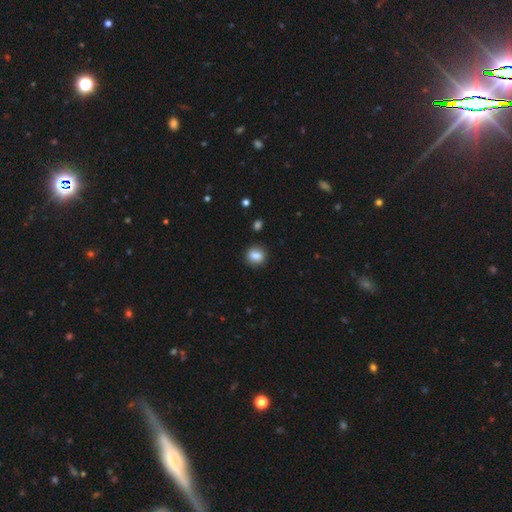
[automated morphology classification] smooth_or_featured: smooth (p=0.84) [alt: star or artifact p=0.09]
how_rounded: round (p=0.64) [alt: in between p=0.35]
merging: none (p=0.86) [alt: minor disturbance p=0.09]